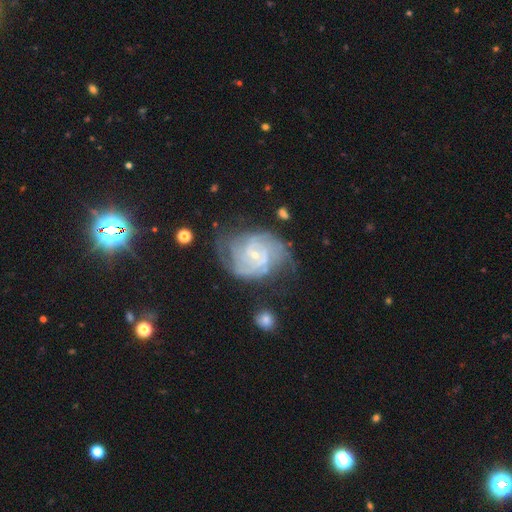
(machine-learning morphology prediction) The model was most divided on "spiral arm count": 2: 36%, can't tell: 29%, 3: 17%, 4: 8%, more than 4: 5%, 1: 5%. More confident: edge-on disk — no (97%); spiral arms — yes (95%); smooth or featured — featured or disk (87%); bulge size — small (74%); spiral winding — tight (61%); merging — none (55%); bar — no (54%).